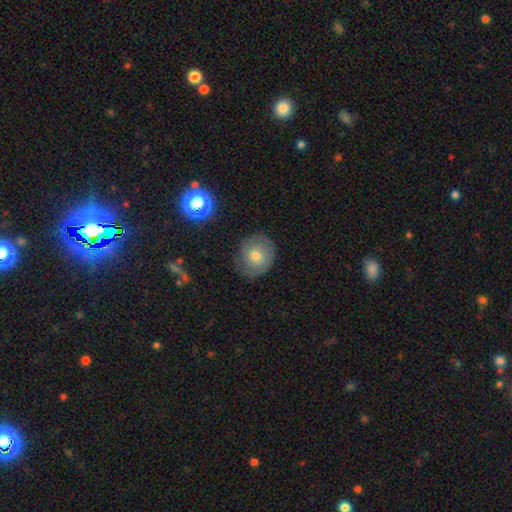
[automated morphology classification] A smooth galaxy with no disk features (48%). Merging: none (76%).